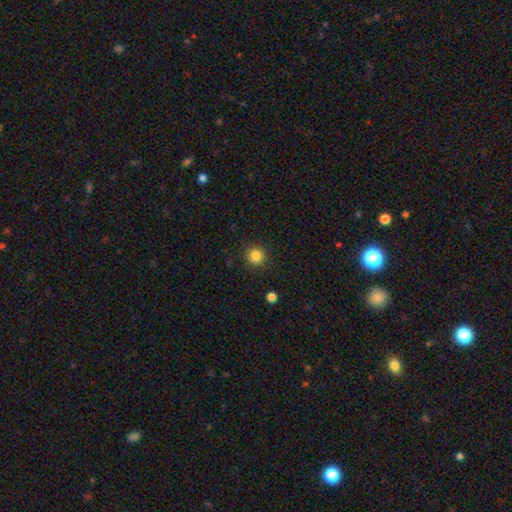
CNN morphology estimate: The model was most divided on "smooth or featured": smooth: 85%, star or artifact: 11%, featured or disk: 4%. More confident: how rounded — round (93%); merging — none (91%).